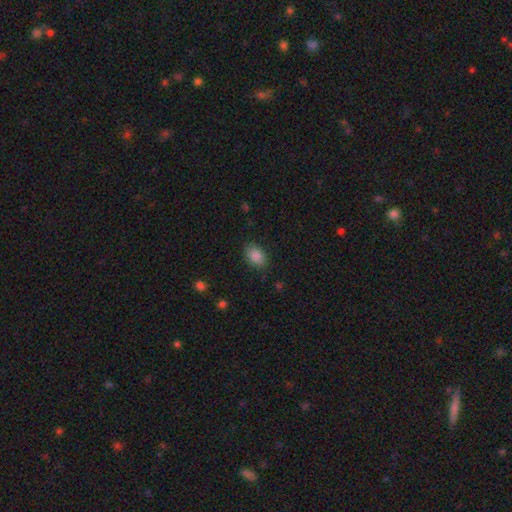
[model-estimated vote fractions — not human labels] Q: Smooth or featured?
A: smooth (87%); runner-up: star or artifact (9%)
Q: How rounded?
A: in between (80%); runner-up: round (19%)
Q: Merging?
A: none (84%); runner-up: minor disturbance (12%)